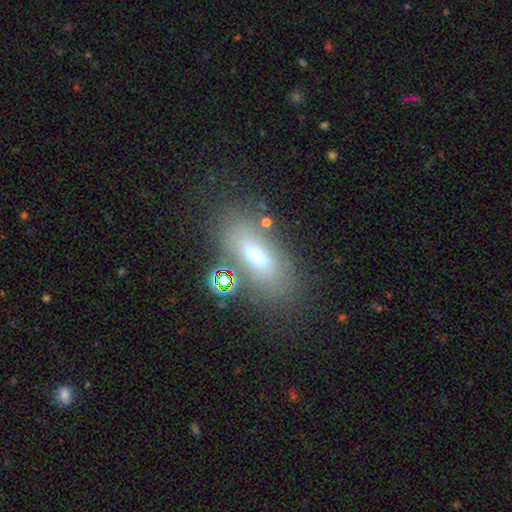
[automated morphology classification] smooth_or_featured: smooth (p=0.60) [alt: featured or disk p=0.26]
how_rounded: in between (p=0.78) [alt: cigar-shaped p=0.17]
merging: none (p=0.70) [alt: minor disturbance p=0.14]